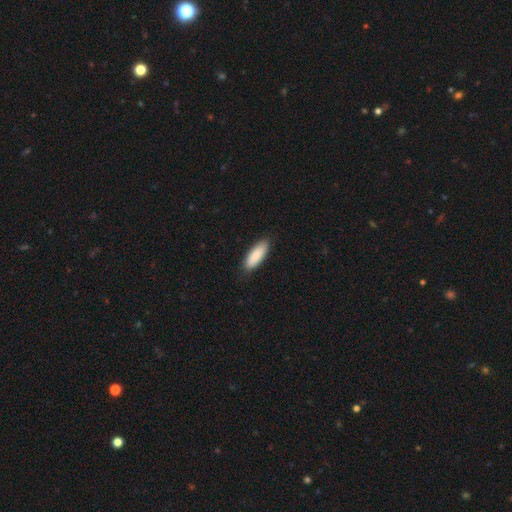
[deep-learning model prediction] smooth 89%, featured or disk 6%, star or artifact 5%. Down the decision tree: how rounded — in between (65%); merging — none (87%).